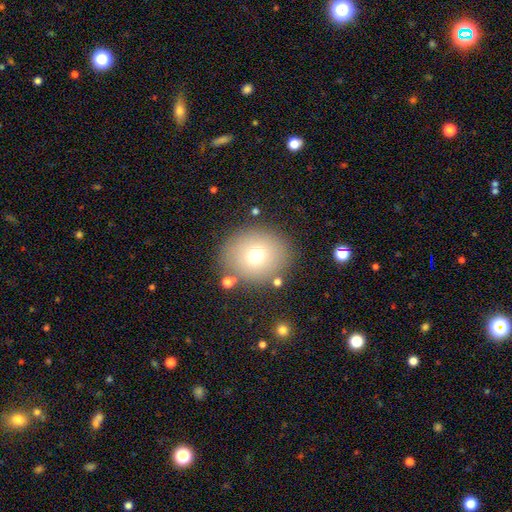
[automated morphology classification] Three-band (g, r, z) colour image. It shows a smooth galaxy with no disk features (70%) that is round (72%). Merging: none (81%).